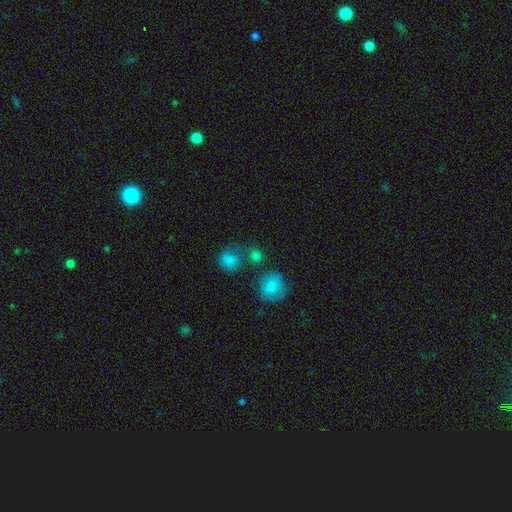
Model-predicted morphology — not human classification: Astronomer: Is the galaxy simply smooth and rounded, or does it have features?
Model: smooth — 80%.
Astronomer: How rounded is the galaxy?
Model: round — 79%.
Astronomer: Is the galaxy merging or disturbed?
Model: none — 57%.